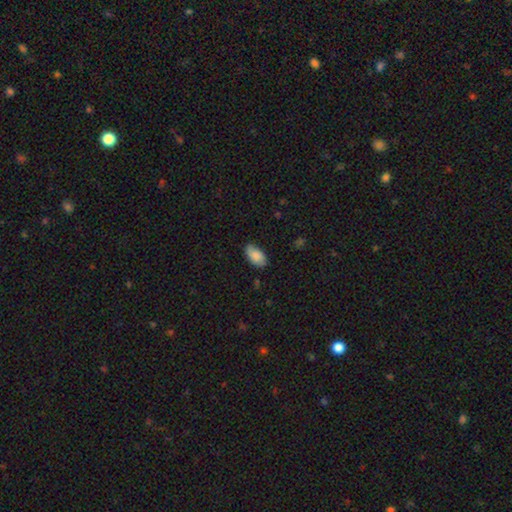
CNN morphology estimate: smooth_or_featured: smooth (p=0.85) [alt: featured or disk p=0.08]
how_rounded: in between (p=0.94) [alt: round p=0.03]
merging: none (p=0.79) [alt: minor disturbance p=0.17]